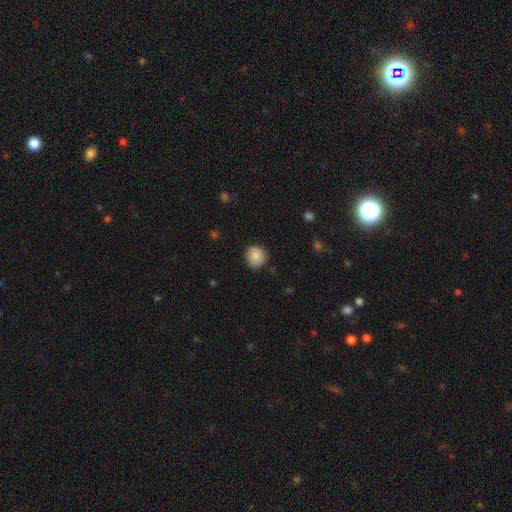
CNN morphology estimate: Q: Smooth or featured?
A: smooth (87%); runner-up: star or artifact (8%)
Q: How rounded?
A: round (91%); runner-up: in between (8%)
Q: Merging?
A: none (84%); runner-up: minor disturbance (12%)